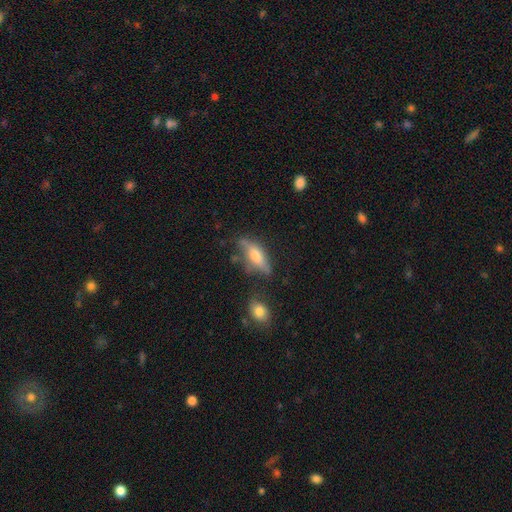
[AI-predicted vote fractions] This appears to be a smooth galaxy with no disk features (51%) that is in between round and cigar-shaped (59%). Merging: none (59%).